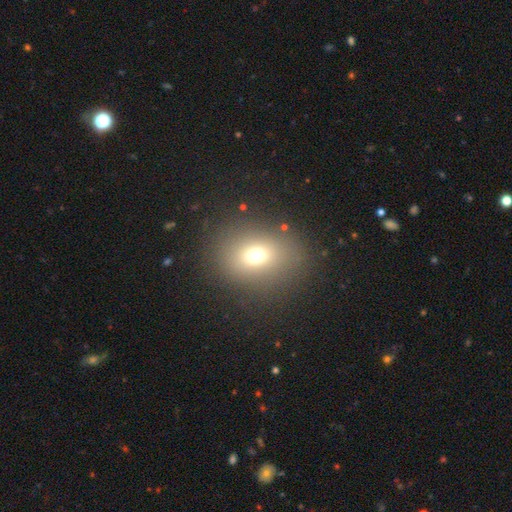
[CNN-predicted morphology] The model was most divided on "how rounded": round: 55%, in between: 44%, cigar-shaped: 1%. More confident: merging — none (83%); smooth or featured — smooth (69%).